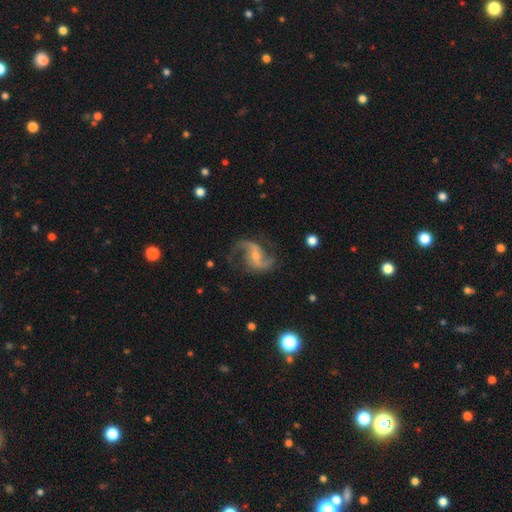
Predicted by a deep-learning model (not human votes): smooth-or-featured: featured or disk: 89% | star or artifact: 5% | smooth: 5%
  disk-edge-on: no: 97% | yes: 3%
    bar: weak: 43% | strong: 29% | no: 28%
    has-spiral-arms: yes: 97% | no: 3%
      spiral-winding: loose: 64% | medium: 30% | tight: 6%
      spiral-arm-count: 2: 92% | 1: 2% | can't tell: 2% | 3: 1% | 4: 1% | more than 4: 1%
    bulge-size: small: 56% | moderate: 37% | none: 3% | large: 2% | dominant: 1%
  merging: none: 72% | minor disturbance: 16% | major disturbance: 11% | merger: 2%